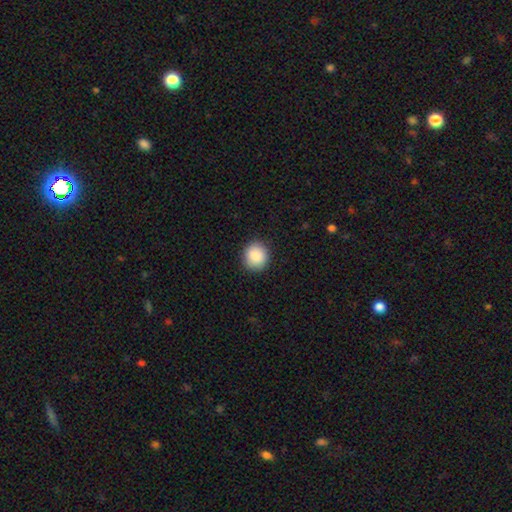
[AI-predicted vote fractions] Q: Smooth or featured?
A: smooth (88%); runner-up: star or artifact (8%)
Q: How rounded?
A: round (88%); runner-up: in between (11%)
Q: Merging?
A: none (90%); runner-up: minor disturbance (7%)